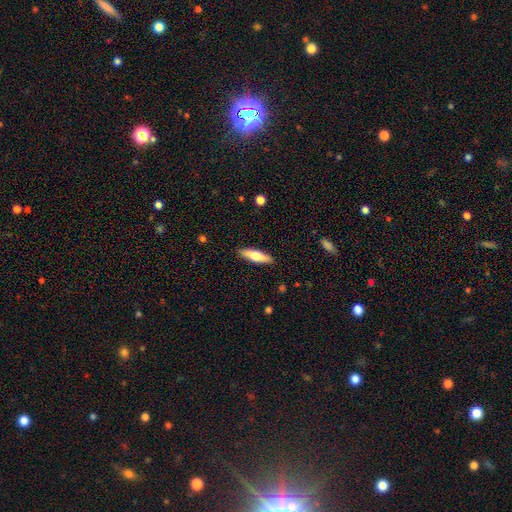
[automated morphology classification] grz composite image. It shows a smooth galaxy with no disk features (58%) that is cigar-shaped (64%). Merging: none (90%).